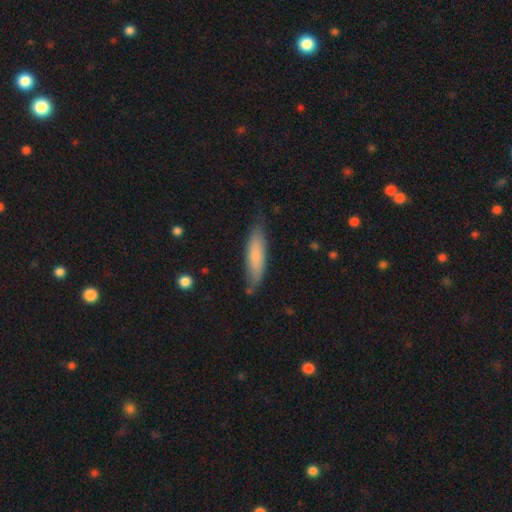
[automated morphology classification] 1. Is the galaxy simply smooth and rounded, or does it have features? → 74% smooth, 21% featured or disk, 5% star or artifact.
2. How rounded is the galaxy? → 72% cigar-shaped, 27% in between, 1% round.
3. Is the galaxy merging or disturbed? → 76% none, 19% minor disturbance, 3% major disturbance, 2% merger.